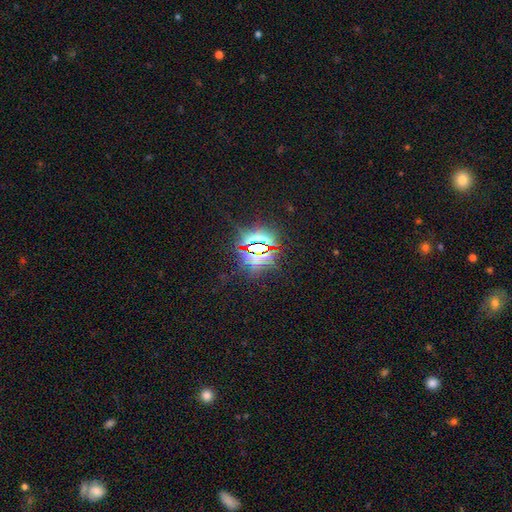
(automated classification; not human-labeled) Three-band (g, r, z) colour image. It shows a star or artifact, not a galaxy (85%).